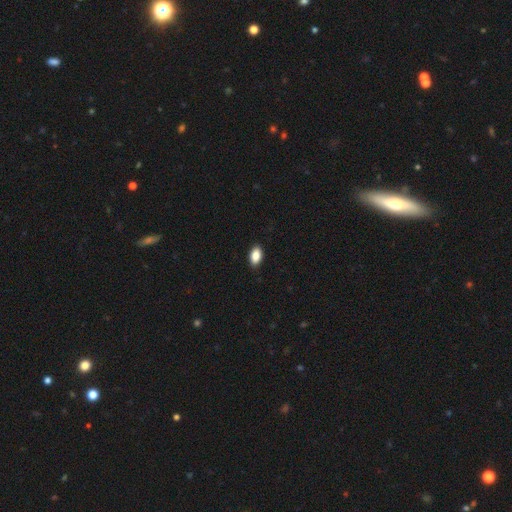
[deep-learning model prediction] Smooth or featured? smooth (88%)
How rounded? in between (92%)
Merging? none (89%)